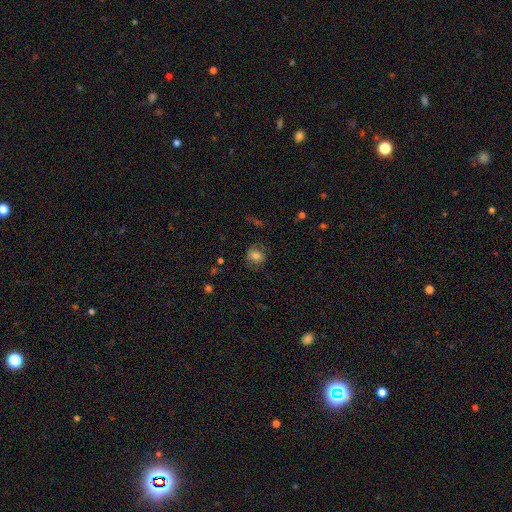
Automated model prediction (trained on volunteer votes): smooth-or-featured: smooth: 74% | featured or disk: 14% | star or artifact: 11%
  how-rounded: round: 78% | in between: 21% | cigar-shaped: 1%
  merging: none: 75% | minor disturbance: 16% | major disturbance: 7% | merger: 1%